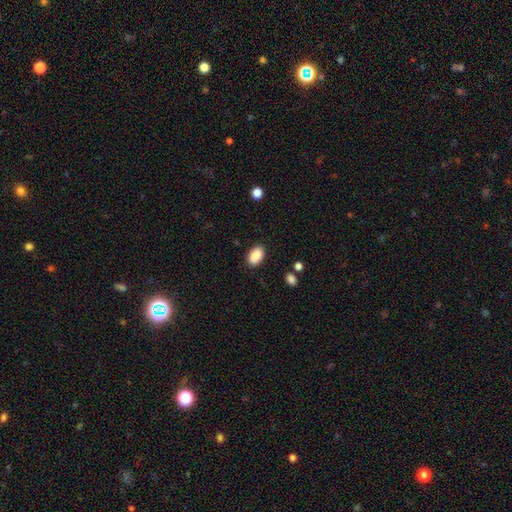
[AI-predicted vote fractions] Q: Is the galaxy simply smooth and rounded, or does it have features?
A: smooth — 89%.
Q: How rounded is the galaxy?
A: in between — 91%.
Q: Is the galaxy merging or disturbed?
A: none — 88%.